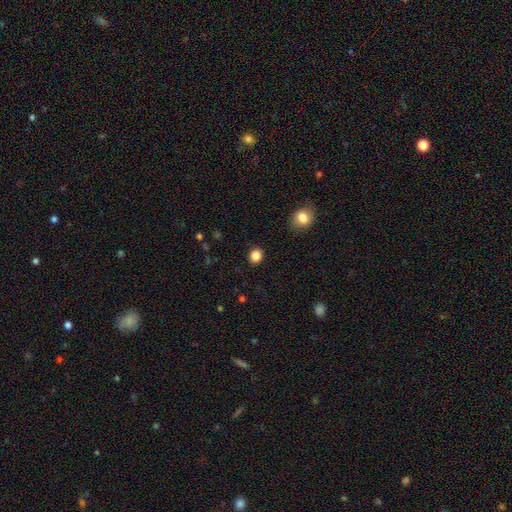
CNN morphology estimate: This is clearly a smooth galaxy (85%). How rounded: likely round (73%). Merging: clearly none (90%).